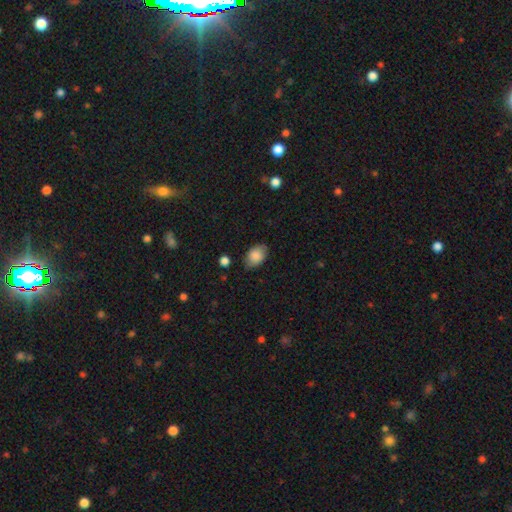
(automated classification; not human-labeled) Smooth or featured? Predicted: smooth (p=0.84). How rounded? Predicted: in between (p=0.79). Merging? Predicted: none (p=0.77).